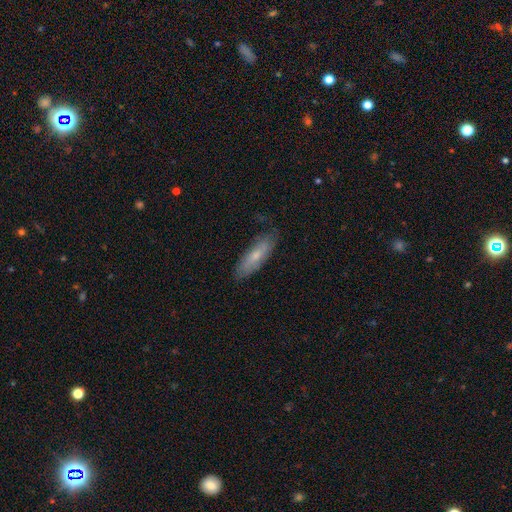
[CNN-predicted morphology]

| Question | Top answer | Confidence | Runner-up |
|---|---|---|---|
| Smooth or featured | smooth | 60% | featured or disk (34%) |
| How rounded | cigar-shaped | 52% | in between (46%) |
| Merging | none | 76% | minor disturbance (19%) |